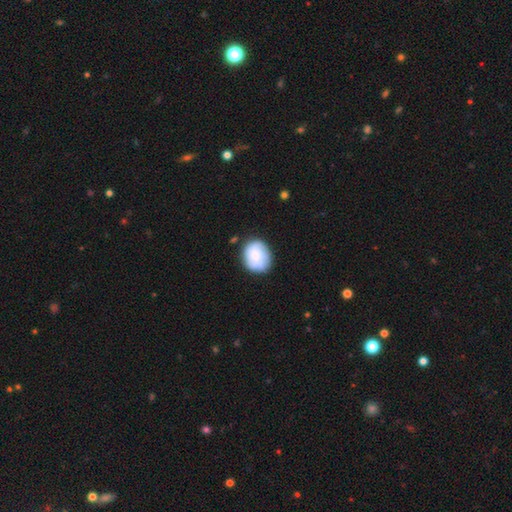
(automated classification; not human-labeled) Smooth or featured?
  - smooth: 69% *
  - featured or disk: 25%
  - star or artifact: 7%
How rounded?
  - round: 60% *
  - in between: 39%
  - cigar-shaped: 1%
Merging?
  - none: 73% *
  - minor disturbance: 19%
  - major disturbance: 5%
  - merger: 2%